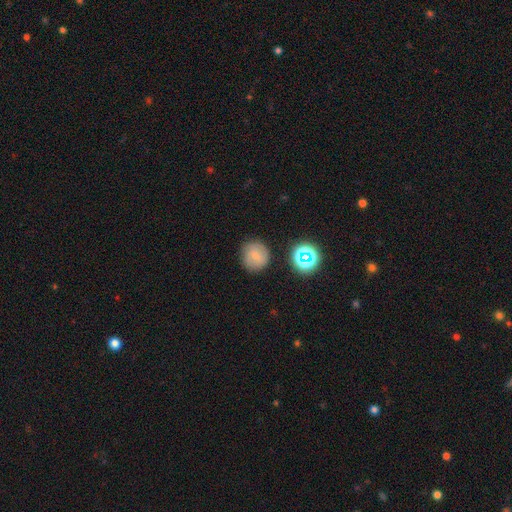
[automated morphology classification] Smooth or featured? smooth (70%)
How rounded? round (91%)
Merging? none (83%)